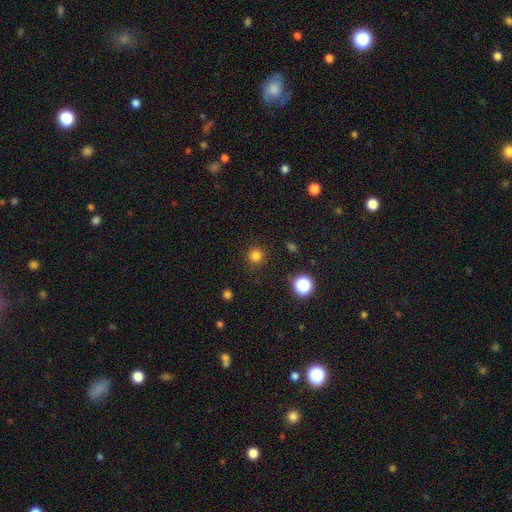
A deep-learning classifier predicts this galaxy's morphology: A smooth galaxy with no disk features (80%) that is round (94%).

Vote fractions:
- Smooth or featured? smooth: 80% / star or artifact: 16% / featured or disk: 4%
- How rounded? round: 94% / in between: 5% / cigar-shaped: 1%
- Merging? none: 90% / minor disturbance: 6% / major disturbance: 3% / merger: 1%